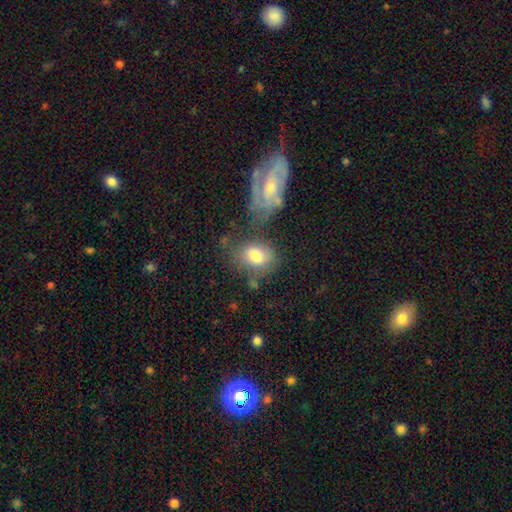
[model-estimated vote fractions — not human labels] smooth-or-featured: smooth: 73% | featured or disk: 19% | star or artifact: 8%
  how-rounded: in between: 72% | round: 27% | cigar-shaped: 2%
  merging: none: 44% | minor disturbance: 22% | merger: 20% | major disturbance: 14%